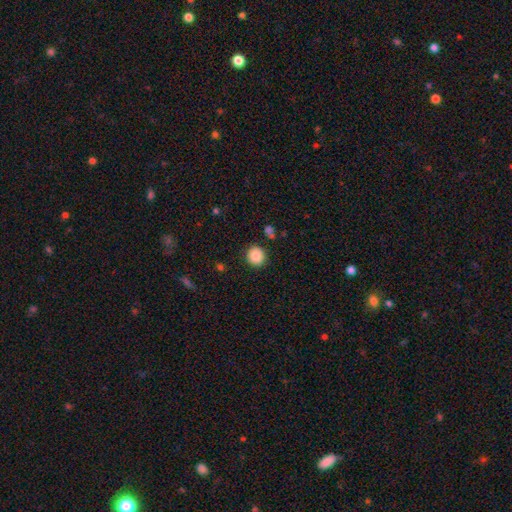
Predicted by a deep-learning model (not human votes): Q: Smooth or featured?
A: smooth (87%); runner-up: star or artifact (9%)
Q: How rounded?
A: round (89%); runner-up: in between (10%)
Q: Merging?
A: none (89%); runner-up: minor disturbance (7%)